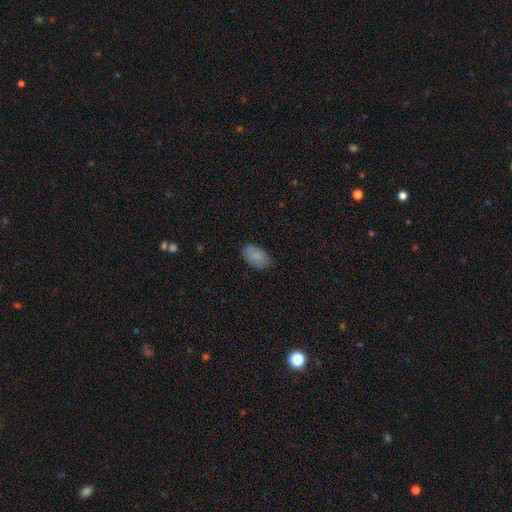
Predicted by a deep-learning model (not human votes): smooth_or_featured: smooth (p=0.86) [alt: featured or disk p=0.07]
how_rounded: in between (p=0.94) [alt: round p=0.04]
merging: none (p=0.79) [alt: minor disturbance p=0.17]